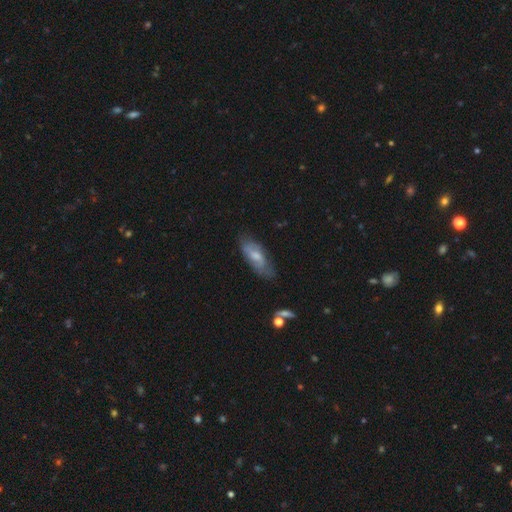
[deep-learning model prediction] This is possibly a smooth galaxy (47%). Merging: likely none (65%).